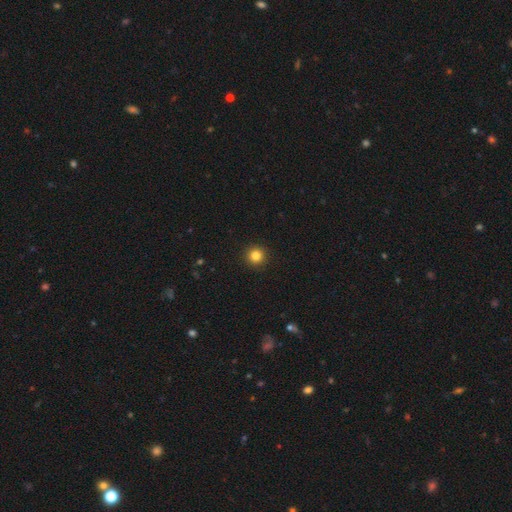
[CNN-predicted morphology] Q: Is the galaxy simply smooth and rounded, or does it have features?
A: smooth — 84%.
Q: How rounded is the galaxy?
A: round — 95%.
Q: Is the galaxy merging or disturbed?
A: none — 93%.